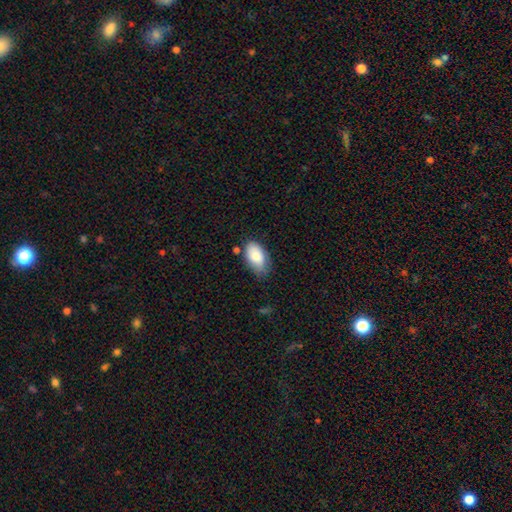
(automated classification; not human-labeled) smooth_or_featured: smooth (p=0.83) [alt: featured or disk p=0.10]
how_rounded: in between (p=0.94) [alt: round p=0.04]
merging: none (p=0.61) [alt: minor disturbance p=0.29]